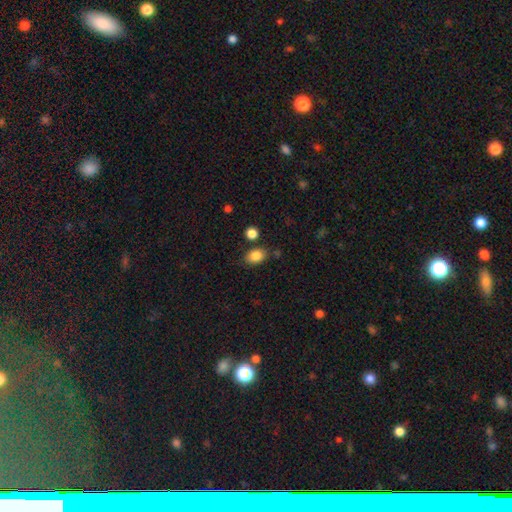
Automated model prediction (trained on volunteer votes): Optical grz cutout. It shows a smooth galaxy with no disk features (85%) that is in between round and cigar-shaped (74%). Merging: none (78%).